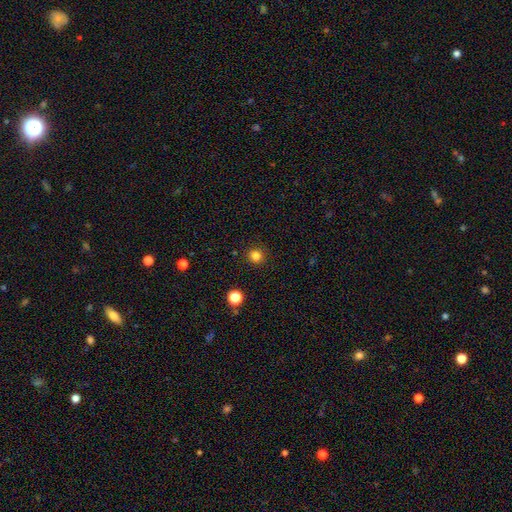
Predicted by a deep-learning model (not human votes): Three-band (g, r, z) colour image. It shows a smooth galaxy with no disk features (83%) that is round (94%). Merging: none (92%).